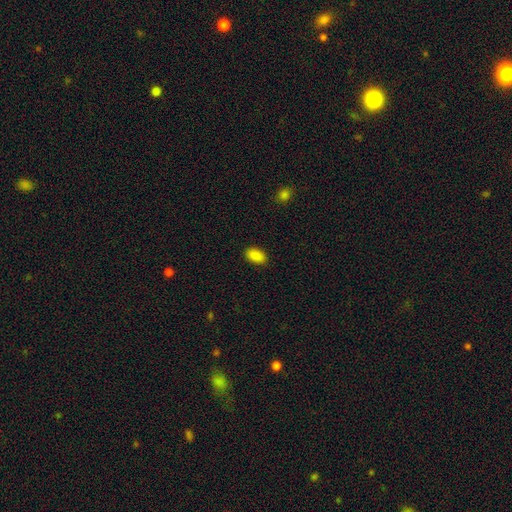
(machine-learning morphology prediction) Smooth or featured: smooth — 89% (star or artifact — 8%)
How rounded: in between — 93% (round — 5%)
Merging: none — 88% (minor disturbance — 8%)